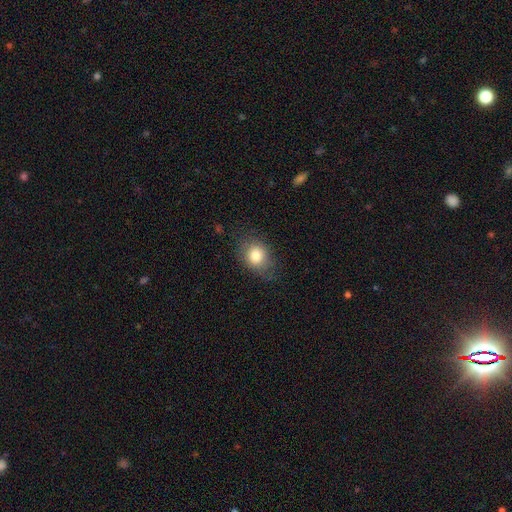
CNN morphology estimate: The model was most divided on "how rounded": in between: 52%, round: 47%, cigar-shaped: 1%. More confident: smooth or featured — smooth (81%); merging — none (73%).